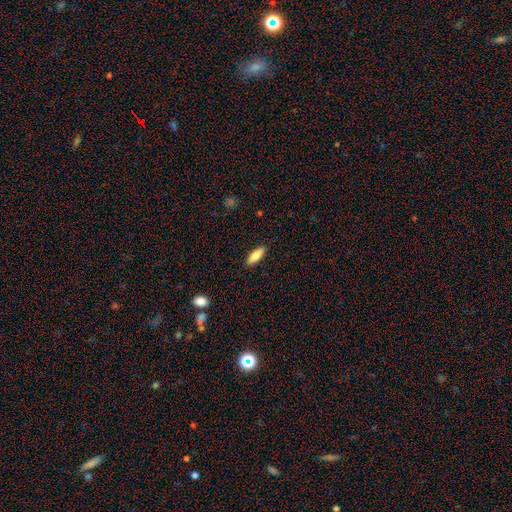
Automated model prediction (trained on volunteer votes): A smooth galaxy with no disk features (81%) that is in between round and cigar-shaped (67%). Merging: none (89%).